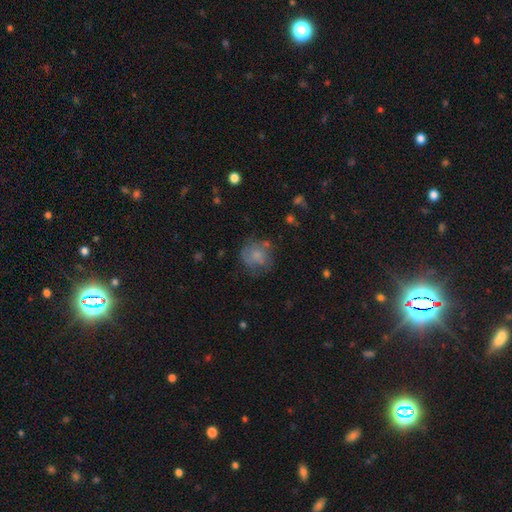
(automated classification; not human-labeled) This appears to be a smooth galaxy with no disk features (62%) that is round (82%). Merging: none (56%).